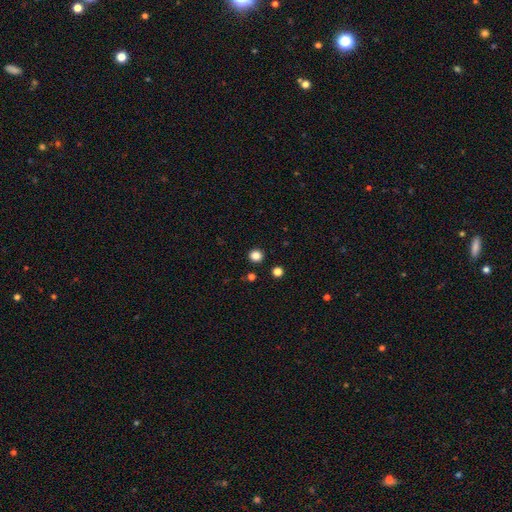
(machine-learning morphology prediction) Overall: smooth (84%). How rounded: round (92%). Merging: none (92%).